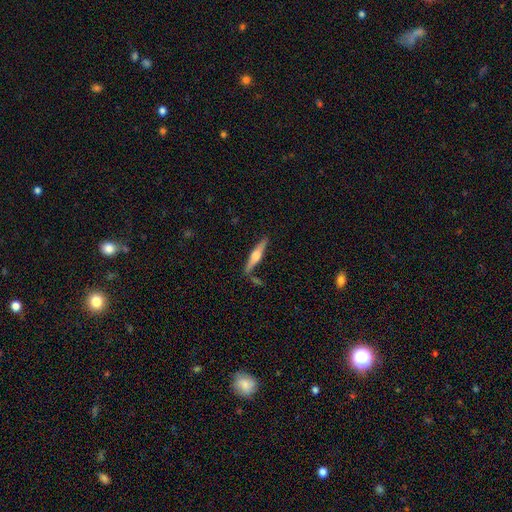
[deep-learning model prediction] This appears to be a featured or disk galaxy (64%) viewed edge-on (97%) with a rounded central bulge (92%). Merging: none (81%).